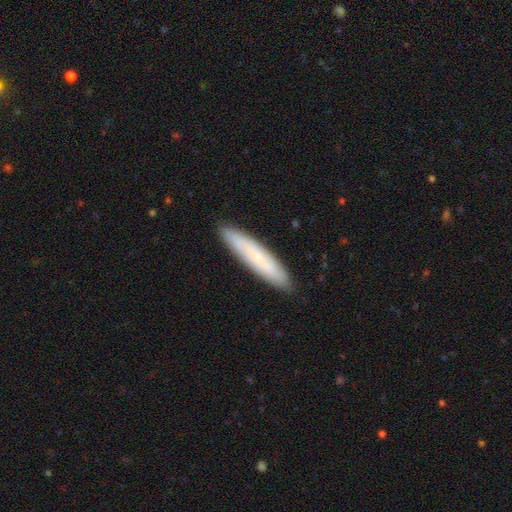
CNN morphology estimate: smooth_or_featured: smooth (p=0.61) [alt: featured or disk p=0.32]
how_rounded: cigar-shaped (p=0.87) [alt: in between p=0.12]
merging: none (p=0.89) [alt: minor disturbance p=0.08]